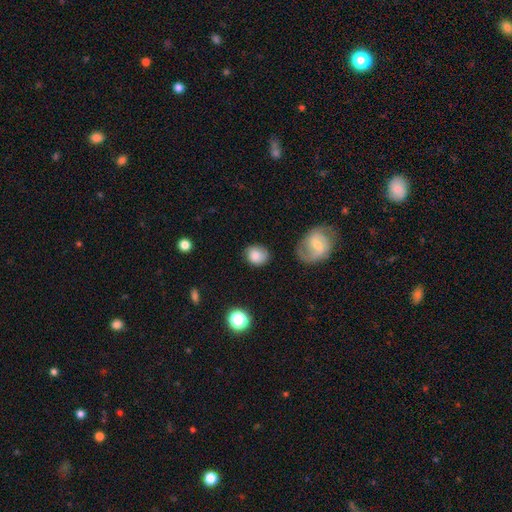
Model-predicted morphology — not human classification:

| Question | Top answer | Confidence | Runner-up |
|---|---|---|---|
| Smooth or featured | smooth | 77% | featured or disk (14%) |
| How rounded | round | 68% | in between (31%) |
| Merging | none | 68% | minor disturbance (21%) |